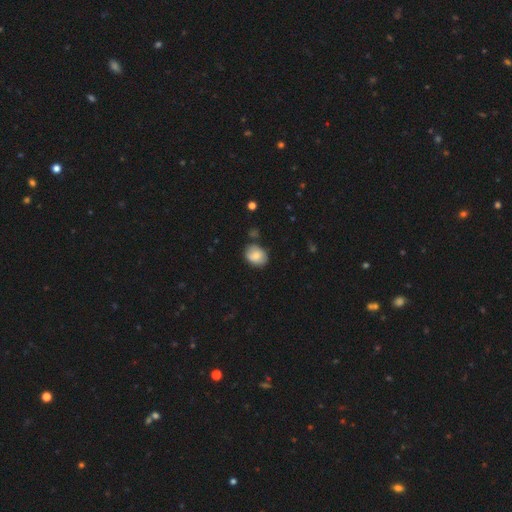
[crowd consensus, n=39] Overall: smooth (72%). How rounded: in between (75%). Merging: none (74%).